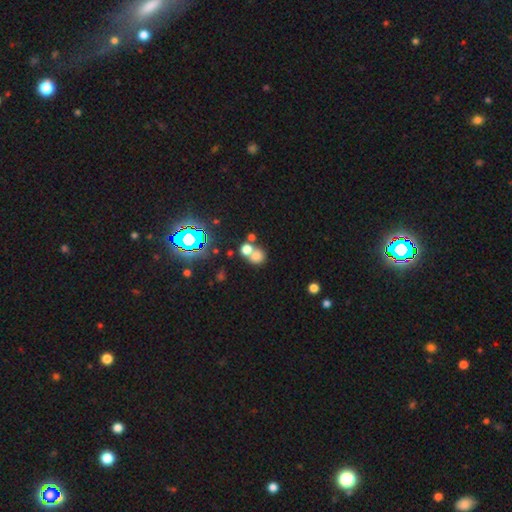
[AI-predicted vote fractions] smooth 68%, star or artifact 20%, featured or disk 12%. Down the decision tree: how rounded — round (77%); merging — merger (51%).